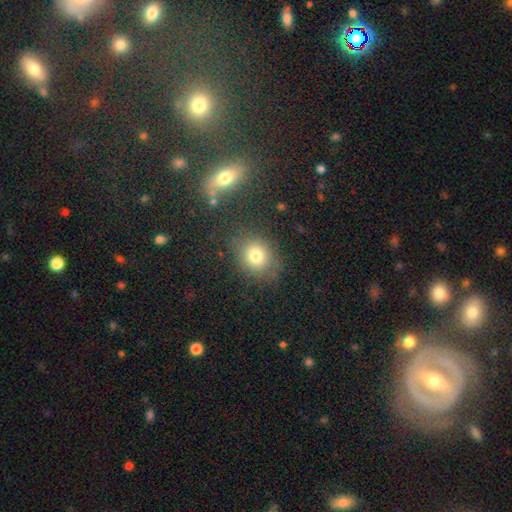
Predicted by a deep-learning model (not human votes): A smooth galaxy with no disk features (76%) that is round (68%).

Vote fractions:
- Smooth or featured? smooth: 76% / star or artifact: 15% / featured or disk: 9%
- How rounded? round: 68% / in between: 31% / cigar-shaped: 1%
- Merging? none: 79% / minor disturbance: 12% / major disturbance: 6% / merger: 3%